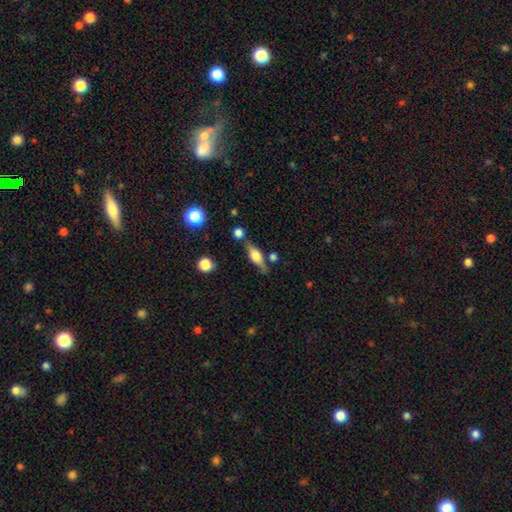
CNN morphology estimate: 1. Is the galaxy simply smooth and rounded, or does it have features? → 58% featured or disk, 34% smooth, 8% star or artifact.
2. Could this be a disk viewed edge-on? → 92% yes, 8% no.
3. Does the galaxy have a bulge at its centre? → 85% rounded, 13% boxy, 2% none.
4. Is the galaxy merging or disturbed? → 71% none, 15% minor disturbance, 9% merger, 5% major disturbance.